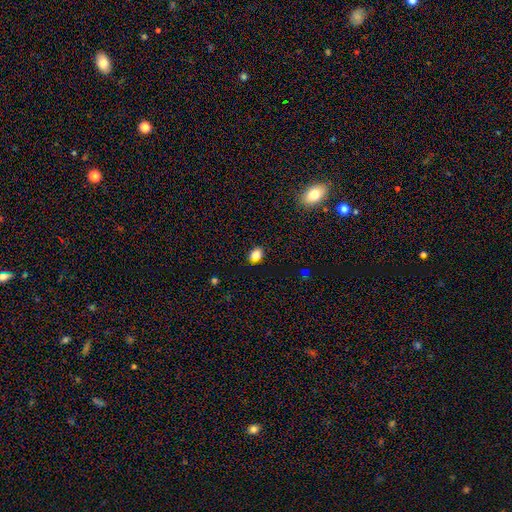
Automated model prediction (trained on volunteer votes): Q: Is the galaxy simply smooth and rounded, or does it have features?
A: smooth — 83%.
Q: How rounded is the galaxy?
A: in between — 61%.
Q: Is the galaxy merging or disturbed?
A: none — 86%.